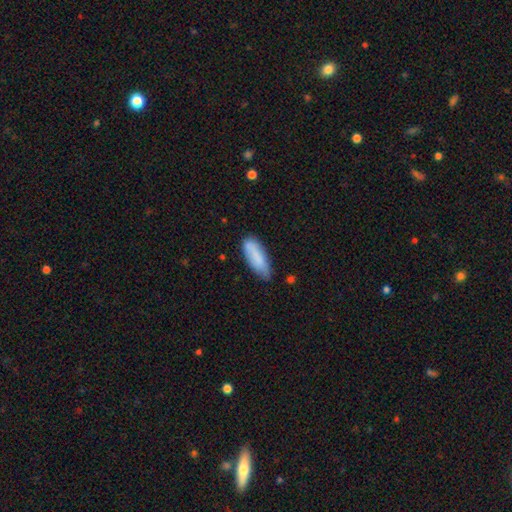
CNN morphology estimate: Smooth or featured? Predicted: smooth (p=0.80). How rounded? Predicted: in between (p=0.63). Merging? Predicted: none (p=0.64).